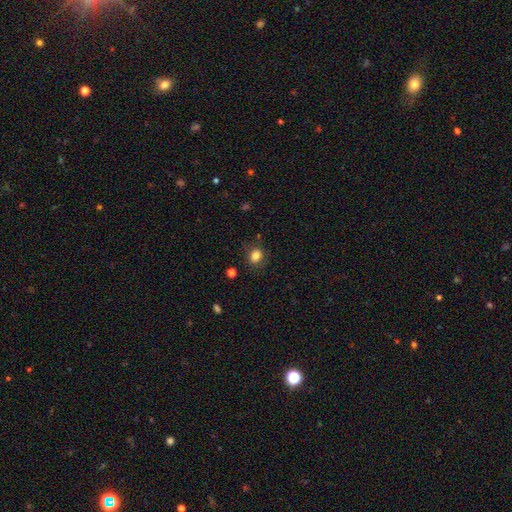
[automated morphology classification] Smooth or featured? Predicted: smooth (p=0.83). How rounded? Predicted: round (p=0.53). Merging? Predicted: none (p=0.81).